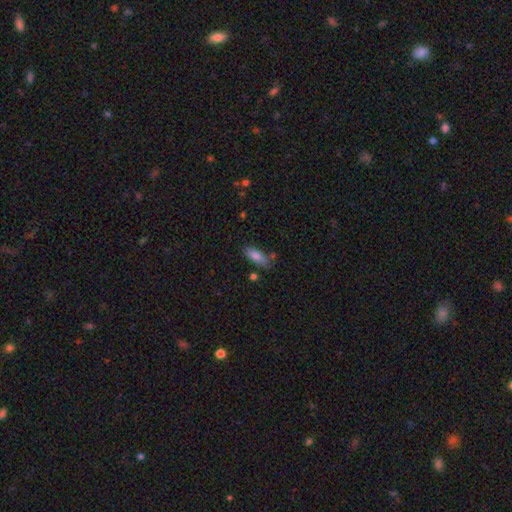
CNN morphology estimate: Overall: smooth (82%). How rounded: in between (66%; cigar-shaped 32%). Merging: none (73%).